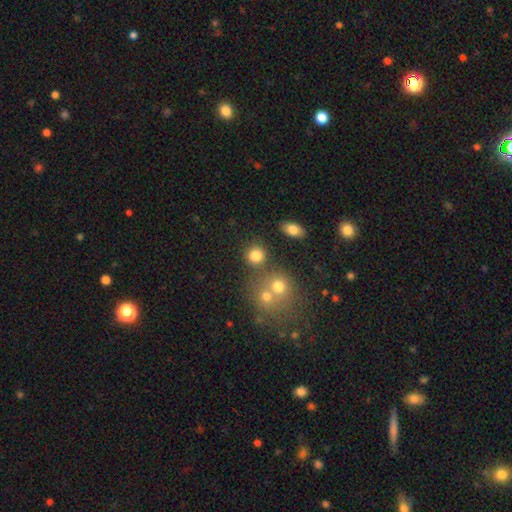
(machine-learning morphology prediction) A smooth galaxy with no disk features (81%) that is round (86%).

Vote fractions:
- Smooth or featured? smooth: 81% / star or artifact: 12% / featured or disk: 7%
- How rounded? round: 86% / in between: 13% / cigar-shaped: 1%
- Merging? none: 73% / merger: 15% / minor disturbance: 9% / major disturbance: 4%